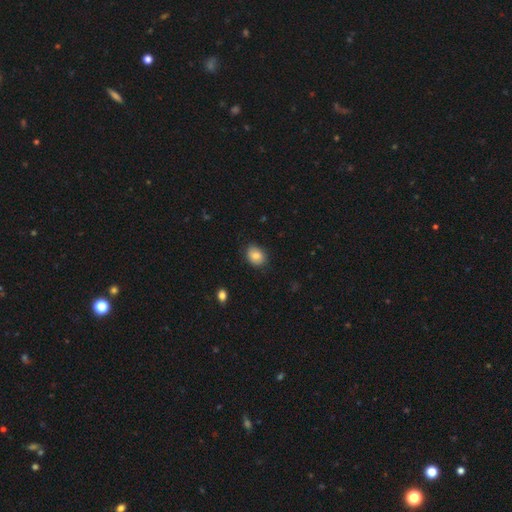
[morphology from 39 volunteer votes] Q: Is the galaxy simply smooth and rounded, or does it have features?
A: smooth — 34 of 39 (87%).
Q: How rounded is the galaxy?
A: in between — 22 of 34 (65%).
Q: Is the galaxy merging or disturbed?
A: none — 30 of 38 (79%).